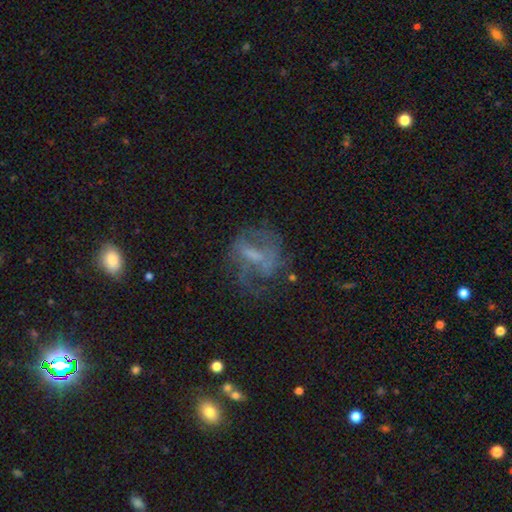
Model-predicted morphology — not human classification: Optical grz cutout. It shows a featured or disk galaxy (62%) with a weak bar (43%), spiral arms (60%) and no central bulge (34%). Merging: none (48%).